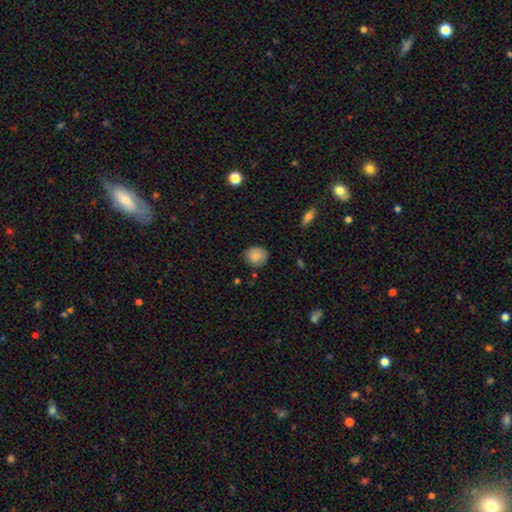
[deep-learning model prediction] A smooth galaxy with no disk features (84%) that is round (82%). Merging: none (83%).